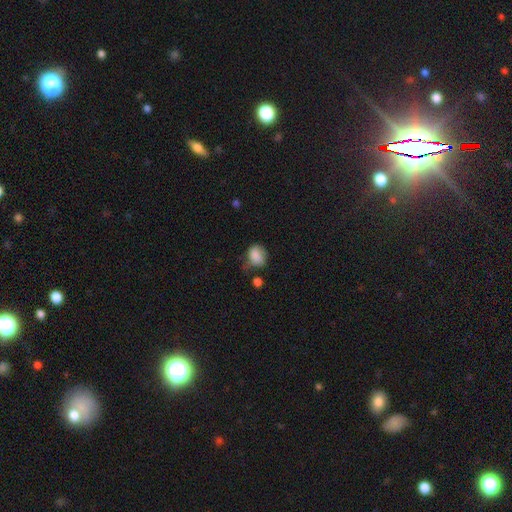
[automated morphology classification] Overall: smooth (83%). How rounded: in between (55%; round 44%). Merging: none (45%; minor disturbance 34%).